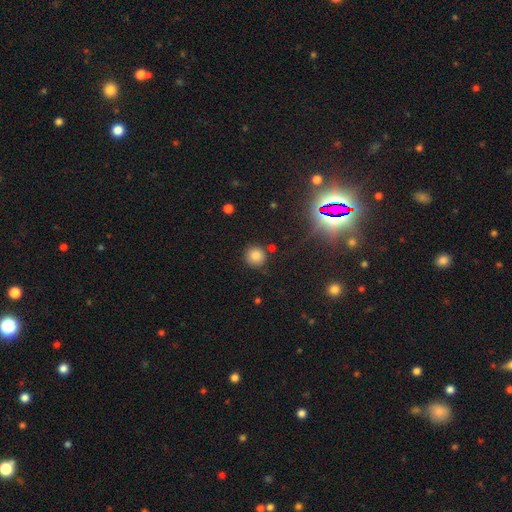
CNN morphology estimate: smooth_or_featured: smooth (p=0.78) [alt: star or artifact p=0.15]
how_rounded: round (p=0.93) [alt: in between p=0.06]
merging: none (p=0.85) [alt: minor disturbance p=0.09]